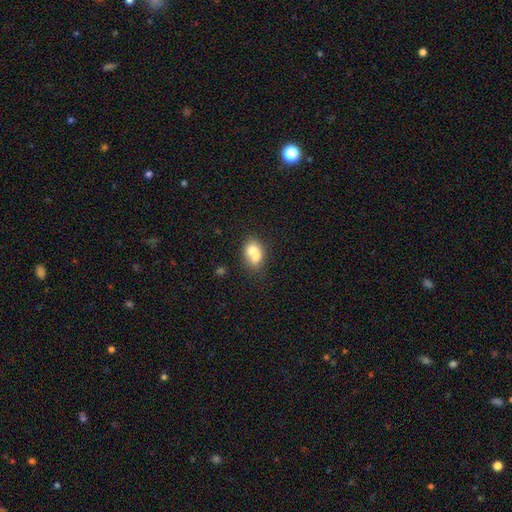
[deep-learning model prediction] Smooth or featured? Predicted: smooth (p=0.67). How rounded? Predicted: in between (p=0.55). Merging? Predicted: merger (p=0.66).